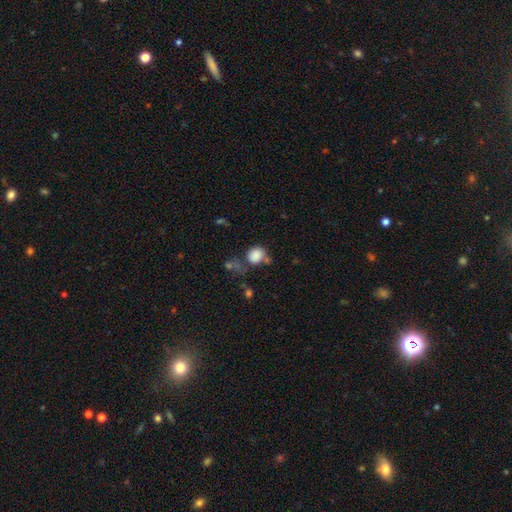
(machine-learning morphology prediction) The model was most divided on "how rounded": round: 63%, in between: 36%, cigar-shaped: 1%. Remaining: smooth or featured — smooth (84%); merging — none (50%).